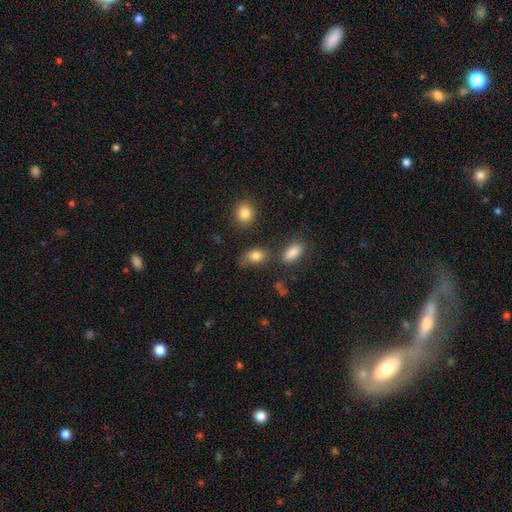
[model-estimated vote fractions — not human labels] This is clearly a smooth galaxy (82%). How rounded: clearly in between (82%). Merging: possibly none (56%).